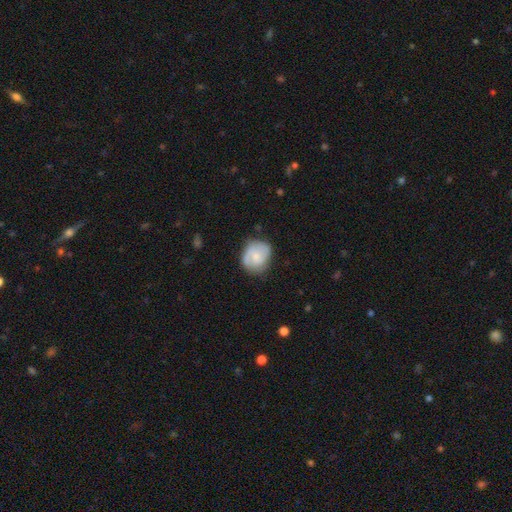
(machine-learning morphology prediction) type=featured or disk (47%); merging=none (64%).